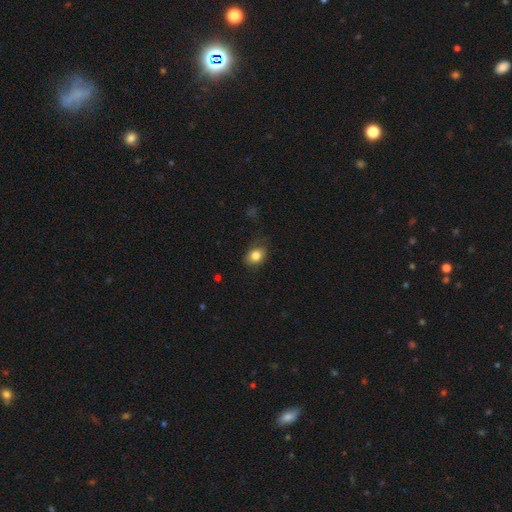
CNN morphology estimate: Smooth or featured: smooth — 82% (star or artifact — 10%)
How rounded: in between — 64% (round — 35%)
Merging: none — 76% (minor disturbance — 19%)